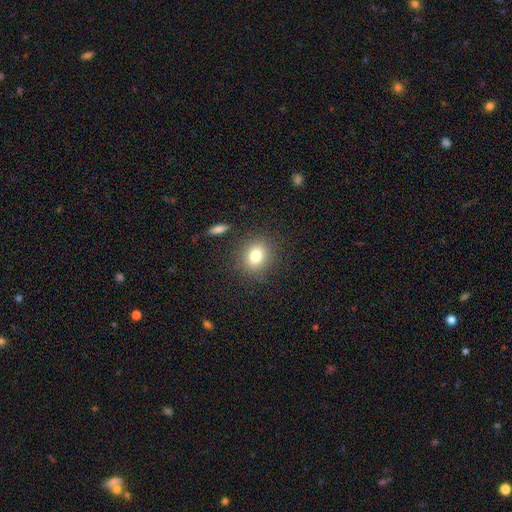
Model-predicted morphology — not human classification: Smooth or featured: smooth — 78% (star or artifact — 12%)
How rounded: round — 64% (in between — 35%)
Merging: none — 86% (minor disturbance — 9%)